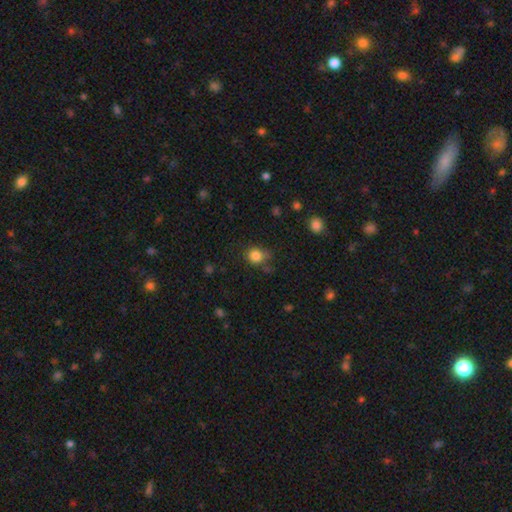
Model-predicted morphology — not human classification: smooth_or_featured: smooth (p=0.82) [alt: star or artifact p=0.12]
how_rounded: round (p=0.75) [alt: in between p=0.24]
merging: none (p=0.62) [alt: minor disturbance p=0.25]